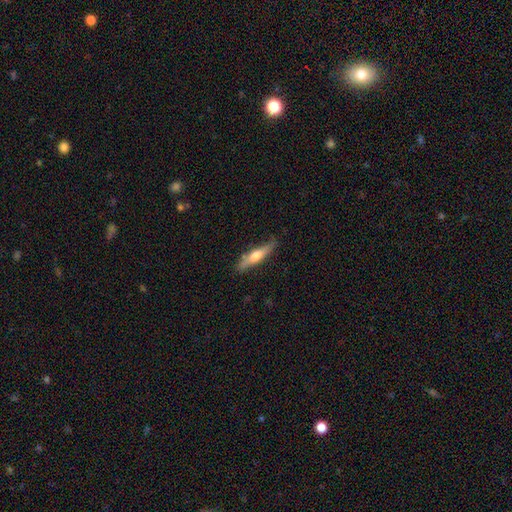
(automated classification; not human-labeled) Smooth or featured? smooth (48%)
Merging? none (77%)